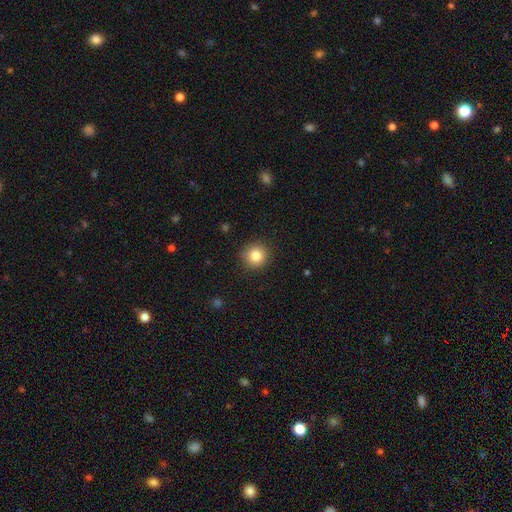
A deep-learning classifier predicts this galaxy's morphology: This is clearly a smooth galaxy (83%). How rounded: clearly round (93%). Merging: clearly none (90%).